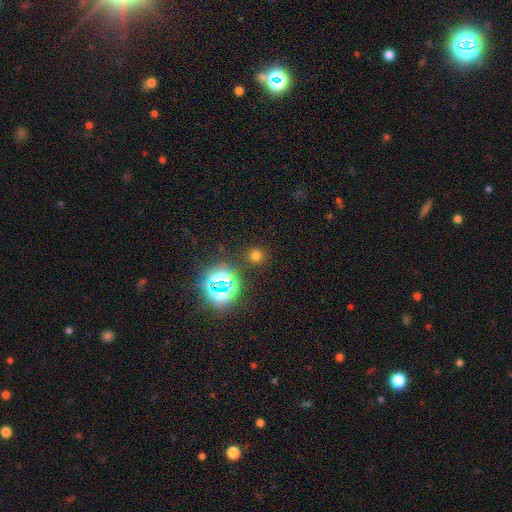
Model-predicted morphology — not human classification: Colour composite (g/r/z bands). It shows a smooth galaxy with no disk features (63%) that is round (91%). Merging: none (86%).